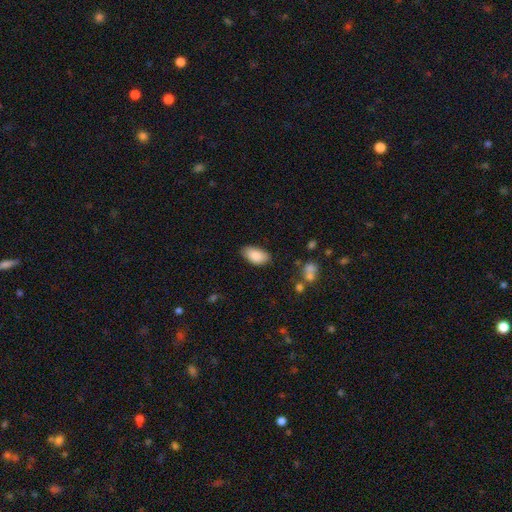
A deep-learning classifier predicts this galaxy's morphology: smooth-or-featured: smooth: 87% | featured or disk: 7% | star or artifact: 7%
  how-rounded: in between: 94% | round: 4% | cigar-shaped: 3%
  merging: none: 77% | minor disturbance: 18% | major disturbance: 3% | merger: 2%